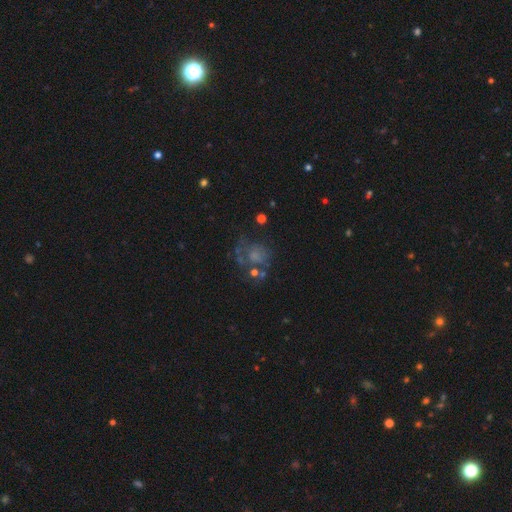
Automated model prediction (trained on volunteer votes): Smooth or featured: featured or disk — 46% (smooth — 33%)
Merging: none — 42% (major disturbance — 30%)